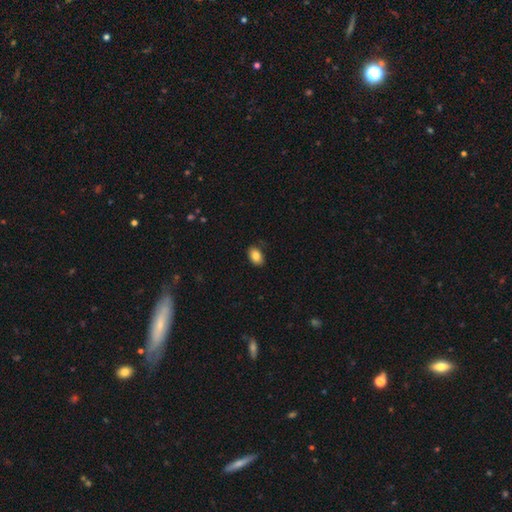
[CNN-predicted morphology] Smooth or featured? Predicted: smooth (p=0.86). How rounded? Predicted: in between (p=0.86). Merging? Predicted: none (p=0.86).